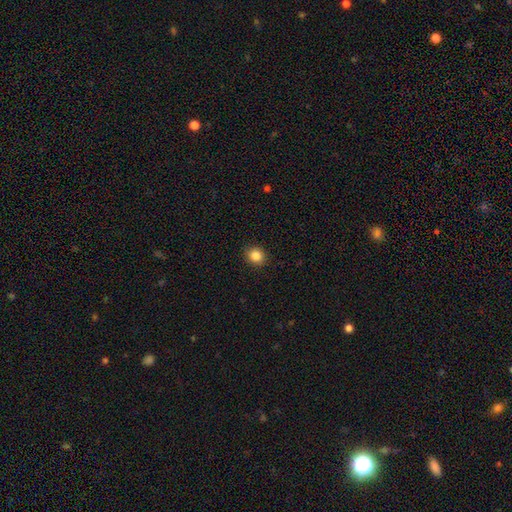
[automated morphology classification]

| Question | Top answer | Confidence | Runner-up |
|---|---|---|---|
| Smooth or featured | smooth | 86% | star or artifact (10%) |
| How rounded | round | 77% | in between (22%) |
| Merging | none | 90% | minor disturbance (7%) |